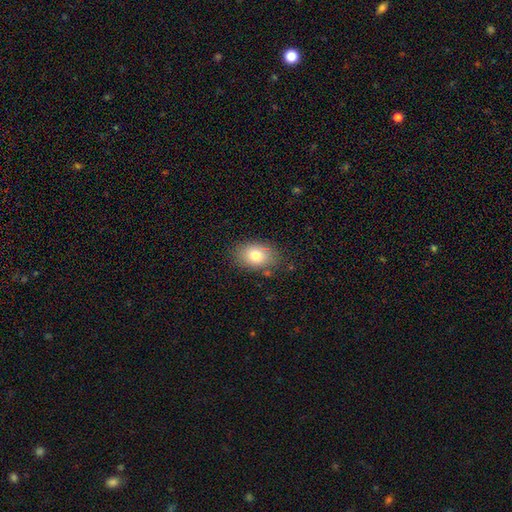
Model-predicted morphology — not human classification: Smooth or featured? Predicted: smooth (p=0.78). How rounded? Predicted: in between (p=0.75). Merging? Predicted: none (p=0.81).